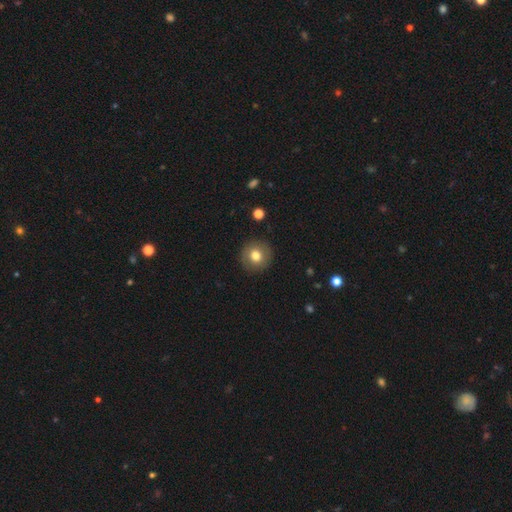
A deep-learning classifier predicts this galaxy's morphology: This is likely a smooth galaxy (76%). How rounded: clearly round (94%). Merging: clearly none (91%).